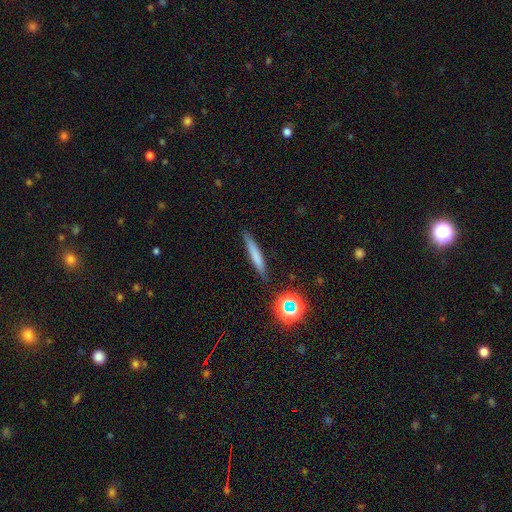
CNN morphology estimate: Smooth or featured?
  - smooth: 69% *
  - featured or disk: 21%
  - star or artifact: 11%
How rounded?
  - cigar-shaped: 93% *
  - in between: 5%
  - round: 2%
Merging?
  - none: 86% *
  - minor disturbance: 10%
  - major disturbance: 2%
  - merger: 2%